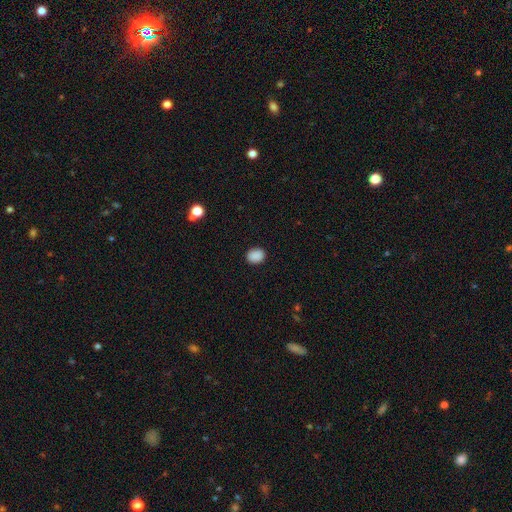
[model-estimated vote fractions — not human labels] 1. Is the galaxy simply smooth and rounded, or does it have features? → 89% smooth, 9% star or artifact, 3% featured or disk.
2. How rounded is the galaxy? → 50% in between, 49% round, 1% cigar-shaped.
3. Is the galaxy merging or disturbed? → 89% none, 8% minor disturbance, 2% major disturbance, 1% merger.